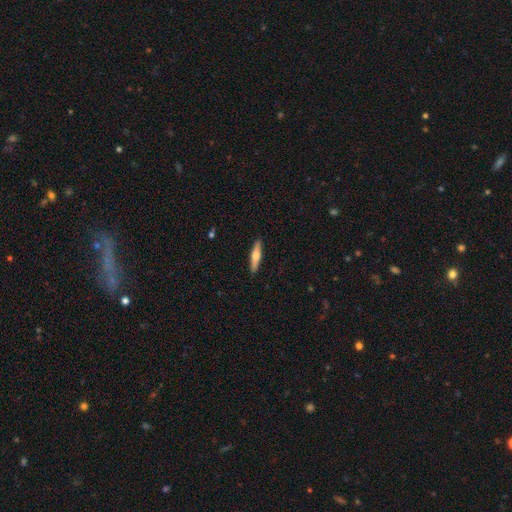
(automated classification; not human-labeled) A smooth galaxy with no disk features (51%) that is cigar-shaped (83%). Merging: none (91%).